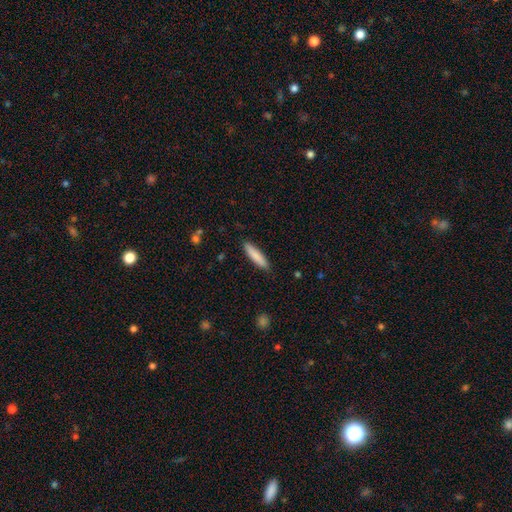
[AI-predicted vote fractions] This appears to be a smooth galaxy with no disk features (84%) that is cigar-shaped (80%). Merging: none (89%).